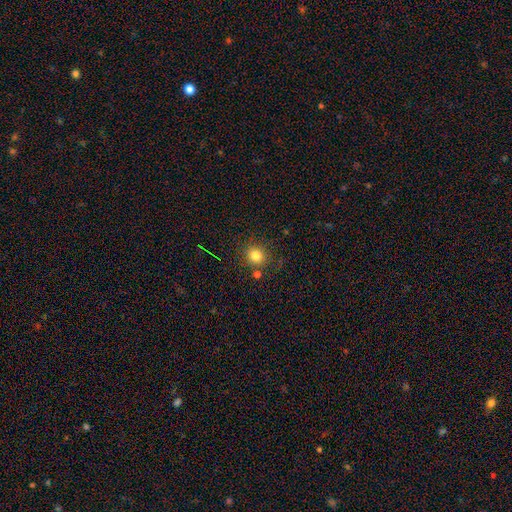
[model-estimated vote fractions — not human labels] Smooth or featured? smooth (80%)
How rounded? round (89%)
Merging? none (83%)